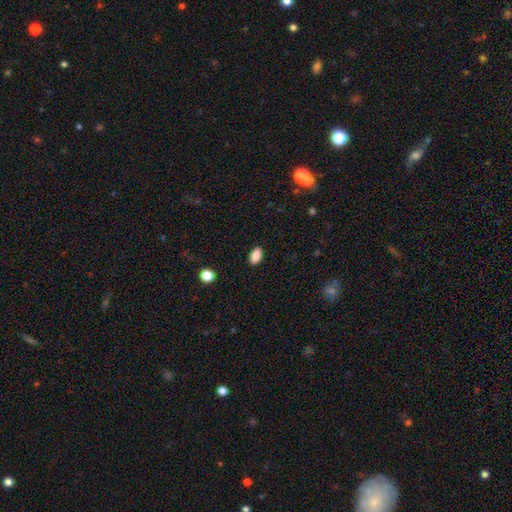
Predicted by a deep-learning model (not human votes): smooth-or-featured: smooth: 88% | star or artifact: 8% | featured or disk: 4%
  how-rounded: in between: 92% | round: 5% | cigar-shaped: 3%
  merging: none: 89% | minor disturbance: 8% | major disturbance: 2% | merger: 1%